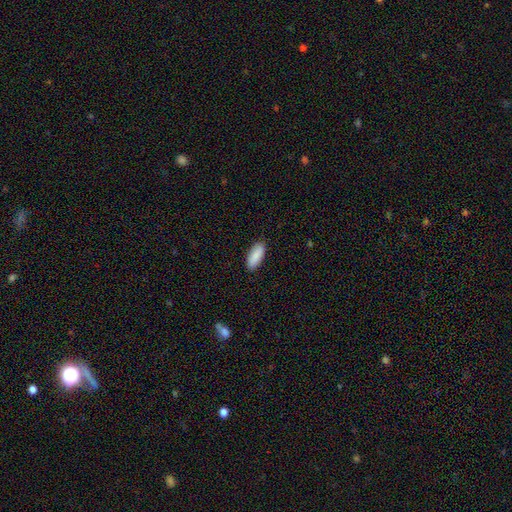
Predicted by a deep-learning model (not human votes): Smooth or featured? Predicted: smooth (p=0.90). How rounded? Predicted: in between (p=0.76). Merging? Predicted: none (p=0.89).